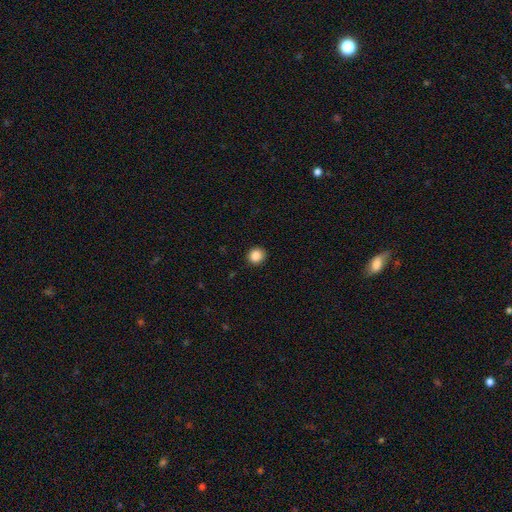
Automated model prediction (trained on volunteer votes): Morphology: type=smooth (87%); roundness=round (84%); merging=none (89%).